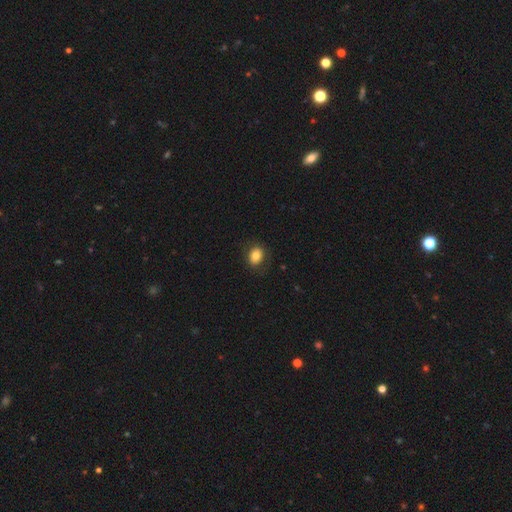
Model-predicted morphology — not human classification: Smooth or featured? smooth (79%)
How rounded? in between (58%)
Merging? none (82%)